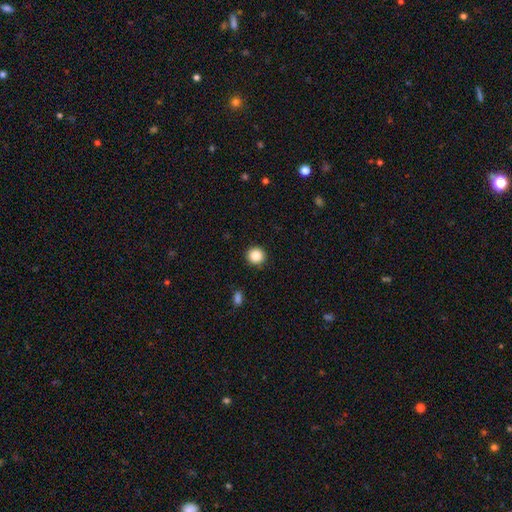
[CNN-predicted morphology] smooth 86%, star or artifact 10%, featured or disk 4%. Down the decision tree: how rounded — round (92%); merging — none (91%).